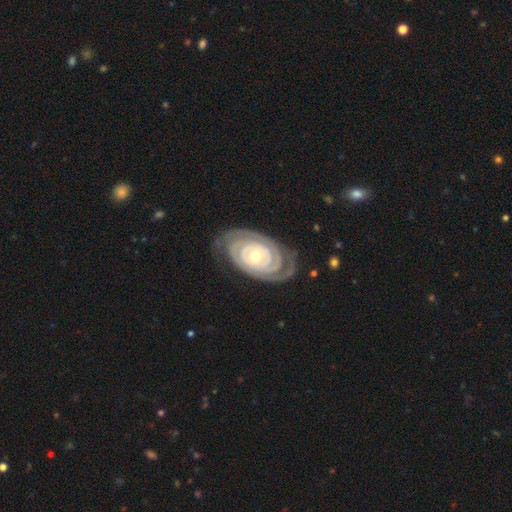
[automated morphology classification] Smooth or featured: featured or disk — 92% (smooth — 5%)
Edge-on disk: no — 97% (yes — 3%)
Bar: no — 73% (weak — 17%)
Spiral arms: yes — 98% (no — 2%)
Spiral winding: tight — 88% (medium — 10%)
Spiral arm count: 2 — 60% (can't tell — 14%)
Bulge size: moderate — 56% (small — 40%)
Merging: none — 80% (minor disturbance — 14%)